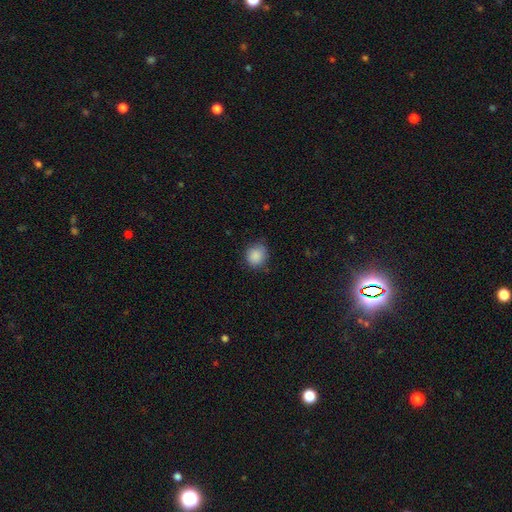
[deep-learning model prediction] Smooth or featured? Predicted: smooth (p=0.88). How rounded? Predicted: round (p=0.77). Merging? Predicted: none (p=0.75).